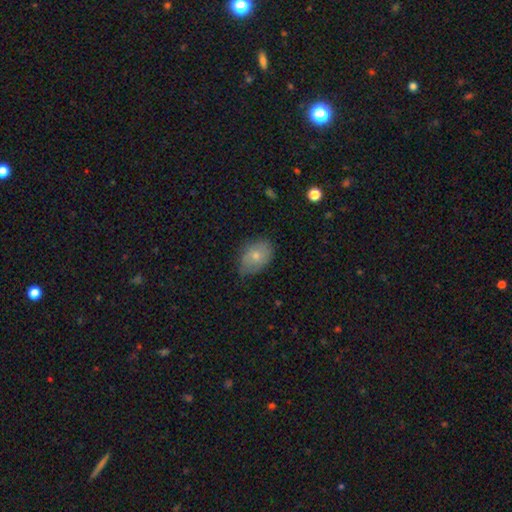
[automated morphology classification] This is likely a smooth galaxy (73%). How rounded: clearly in between (84%). Merging: likely none (63%).